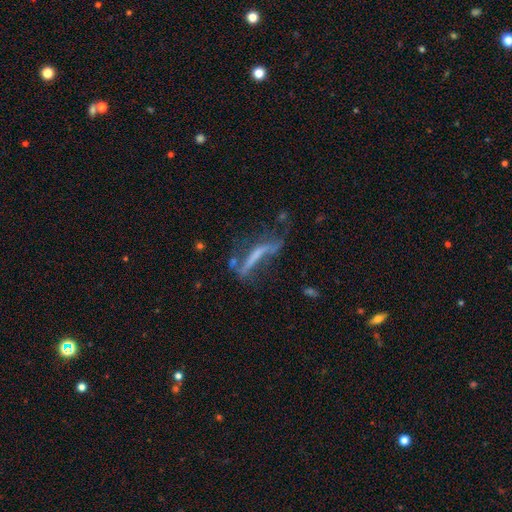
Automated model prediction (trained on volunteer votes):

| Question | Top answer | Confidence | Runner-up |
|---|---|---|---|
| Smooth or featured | featured or disk | 60% | smooth (27%) |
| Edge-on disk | no | 57% | yes (43%) |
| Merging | major disturbance | 36% | none (32%) |